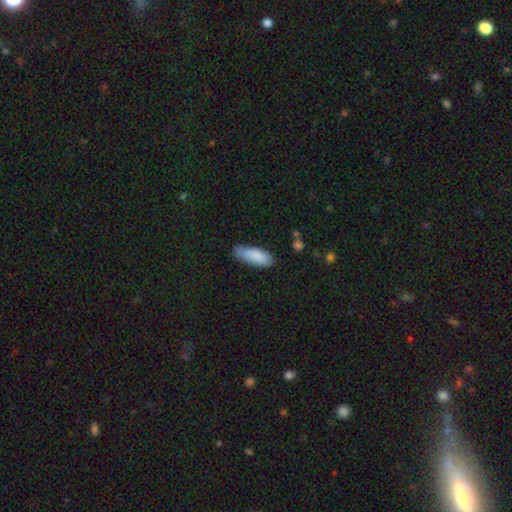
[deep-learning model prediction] The model was most divided on "how rounded": in between: 64%, cigar-shaped: 34%, round: 2%. More confident: smooth or featured — smooth (86%); merging — none (66%).